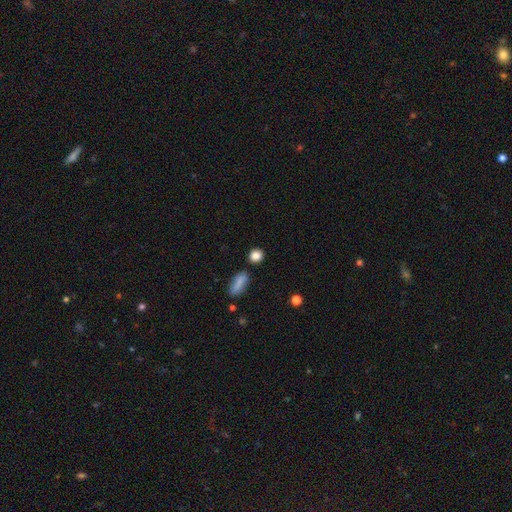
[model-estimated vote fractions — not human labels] A smooth galaxy with no disk features (85%) that is round (74%). Merging: none (82%).